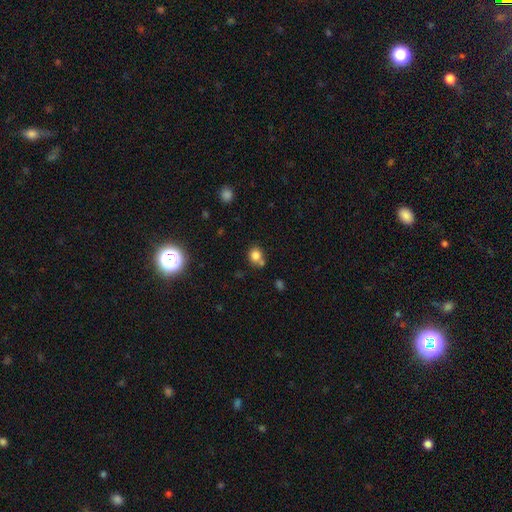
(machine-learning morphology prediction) A smooth galaxy with no disk features (80%) that is round (77%).

Vote fractions:
- Smooth or featured? smooth: 80% / star or artifact: 12% / featured or disk: 7%
- How rounded? round: 77% / in between: 22% / cigar-shaped: 1%
- Merging? none: 60% / merger: 24% / minor disturbance: 13% / major disturbance: 4%